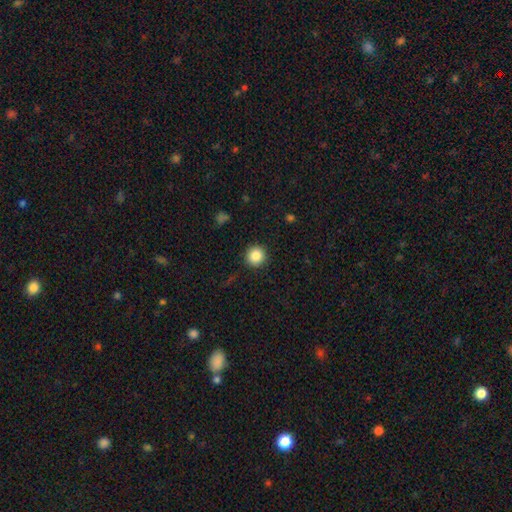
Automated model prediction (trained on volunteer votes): Smooth or featured? smooth (86%)
How rounded? round (94%)
Merging? none (92%)